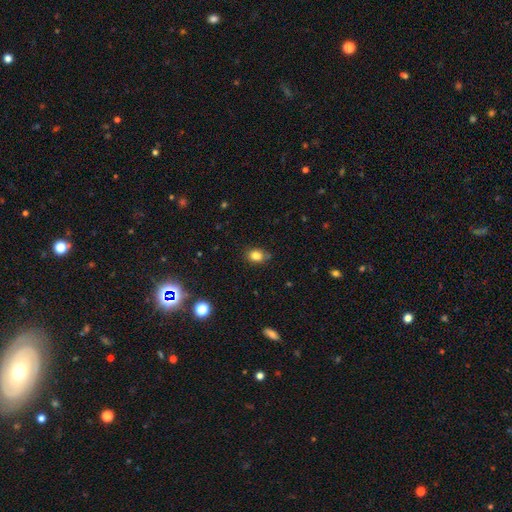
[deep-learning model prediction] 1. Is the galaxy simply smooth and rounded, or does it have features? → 82% smooth, 11% star or artifact, 6% featured or disk.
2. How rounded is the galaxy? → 58% in between, 41% round, 1% cigar-shaped.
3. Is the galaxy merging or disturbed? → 76% none, 18% minor disturbance, 3% major disturbance, 3% merger.